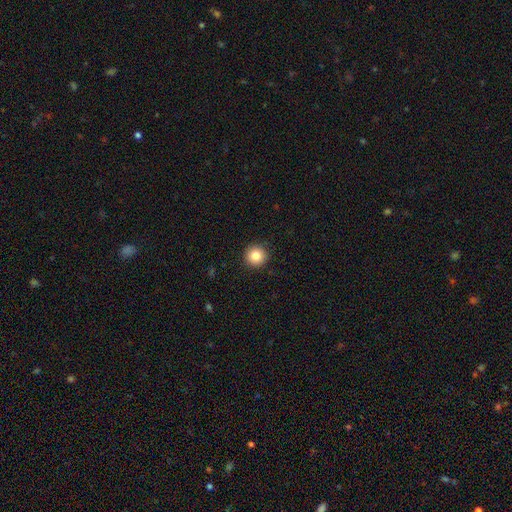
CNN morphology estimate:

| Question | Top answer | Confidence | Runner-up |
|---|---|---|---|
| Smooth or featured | smooth | 84% | star or artifact (10%) |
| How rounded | round | 95% | in between (4%) |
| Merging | none | 92% | minor disturbance (5%) |